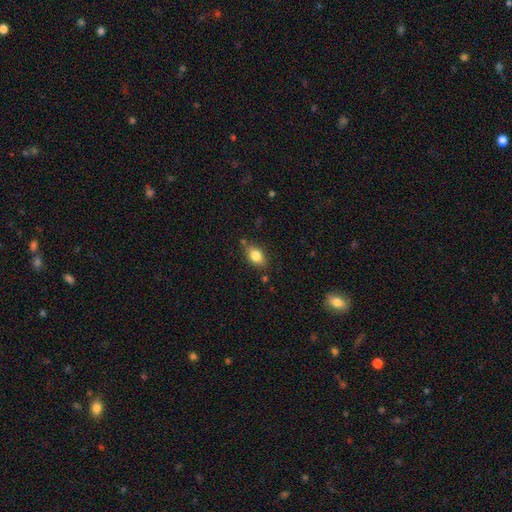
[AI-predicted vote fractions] Q: Smooth or featured?
A: smooth (81%); runner-up: featured or disk (10%)
Q: How rounded?
A: in between (82%); runner-up: round (15%)
Q: Merging?
A: none (76%); runner-up: minor disturbance (17%)